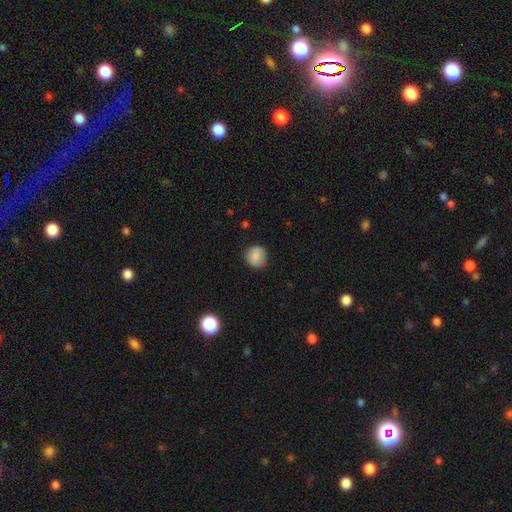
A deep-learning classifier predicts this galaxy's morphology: A smooth galaxy with no disk features (82%) that is round (85%). Merging: none (82%).